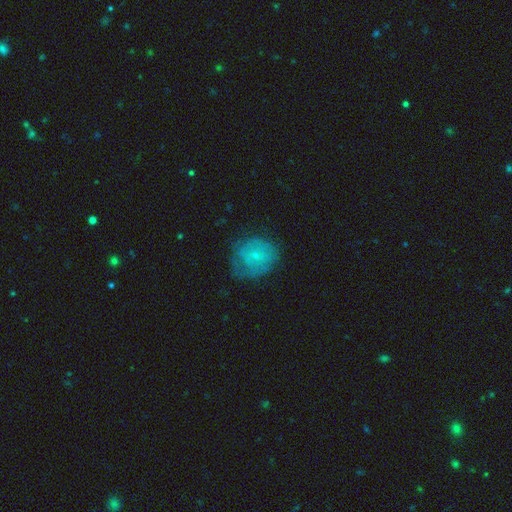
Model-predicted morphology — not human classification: Smooth or featured? Predicted: smooth (p=0.50). How rounded? Predicted: round (p=0.73). Merging? Predicted: none (p=0.51).